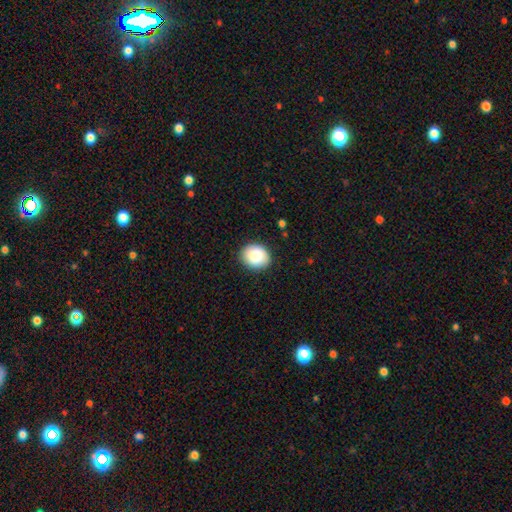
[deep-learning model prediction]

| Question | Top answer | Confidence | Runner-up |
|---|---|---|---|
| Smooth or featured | smooth | 86% | star or artifact (7%) |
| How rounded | round | 59% | in between (41%) |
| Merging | none | 87% | minor disturbance (9%) |